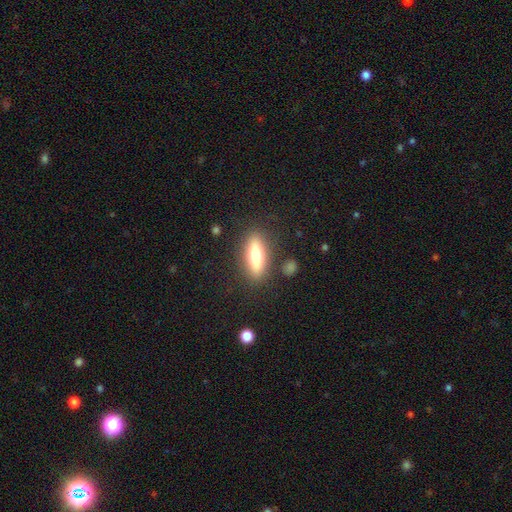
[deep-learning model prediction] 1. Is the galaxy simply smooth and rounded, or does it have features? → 66% smooth, 27% featured or disk, 7% star or artifact.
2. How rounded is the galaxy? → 50% in between, 48% cigar-shaped, 3% round.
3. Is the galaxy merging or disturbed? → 84% none, 10% minor disturbance, 4% major disturbance, 2% merger.